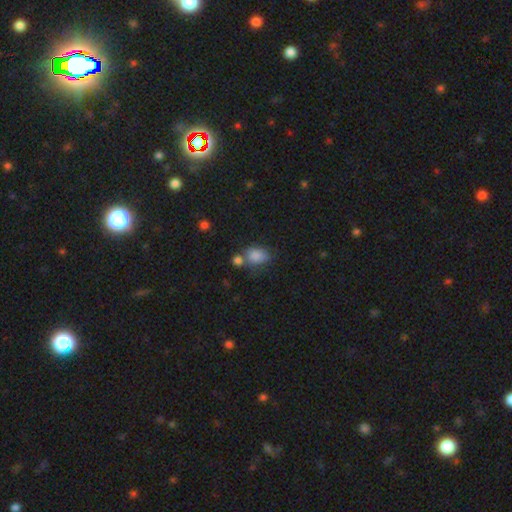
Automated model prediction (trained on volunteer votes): A smooth galaxy with no disk features (84%) that is in between round and cigar-shaped (74%). Merging: none (48%).